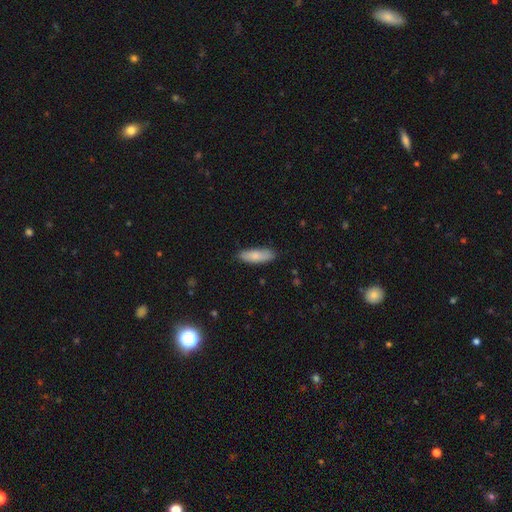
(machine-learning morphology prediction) Q: Smooth or featured?
A: smooth (81%); runner-up: featured or disk (13%)
Q: How rounded?
A: in between (55%); runner-up: cigar-shaped (44%)
Q: Merging?
A: none (82%); runner-up: minor disturbance (14%)